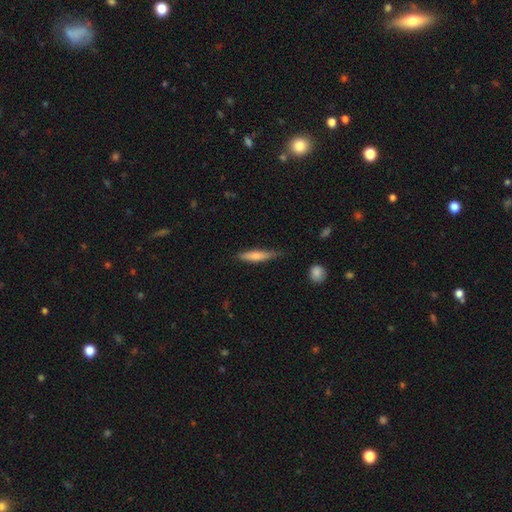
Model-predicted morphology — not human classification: smooth_or_featured: smooth (p=0.69) [alt: featured or disk p=0.25]
how_rounded: cigar-shaped (p=0.84) [alt: in between p=0.15]
merging: none (p=0.74) [alt: minor disturbance p=0.21]